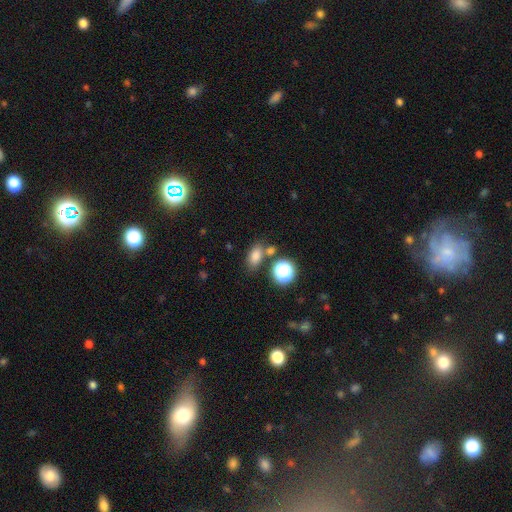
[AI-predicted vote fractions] smooth-or-featured: smooth: 77% | star or artifact: 15% | featured or disk: 8%
  how-rounded: in between: 78% | round: 19% | cigar-shaped: 3%
  merging: none: 67% | merger: 15% | minor disturbance: 13% | major disturbance: 5%